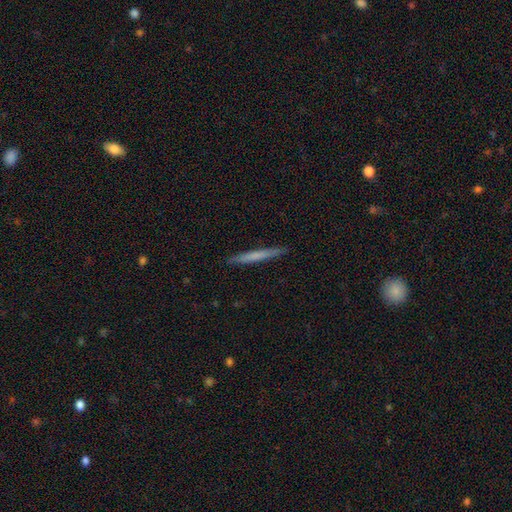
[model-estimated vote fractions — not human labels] smooth 60%, featured or disk 34%, star or artifact 6%. Down the decision tree: how rounded — cigar-shaped (97%); merging — none (91%).